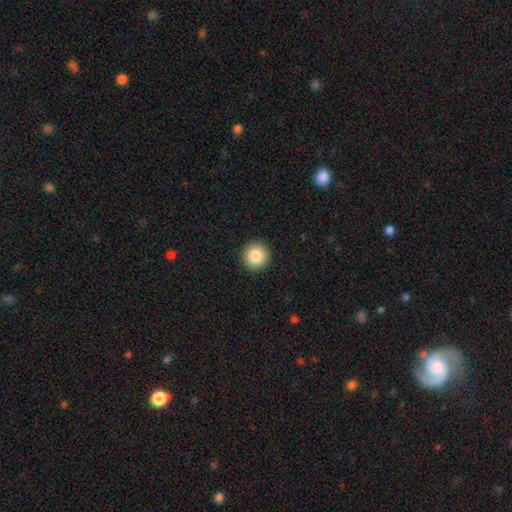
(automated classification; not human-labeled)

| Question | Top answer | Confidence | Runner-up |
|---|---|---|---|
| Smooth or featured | smooth | 86% | star or artifact (9%) |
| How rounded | round | 95% | in between (4%) |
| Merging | none | 93% | minor disturbance (4%) |